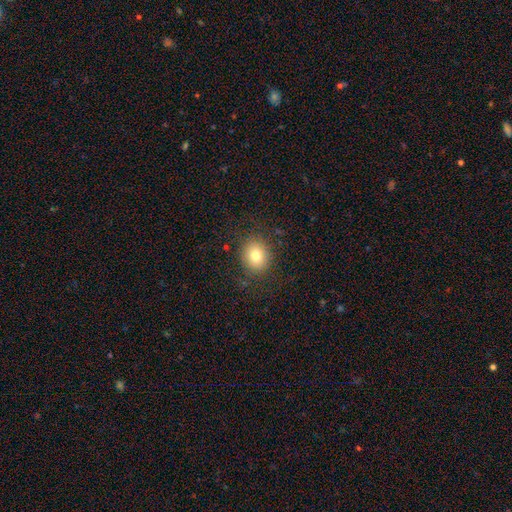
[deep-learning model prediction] A smooth galaxy with no disk features (77%) that is round (75%).

Vote fractions:
- Smooth or featured? smooth: 77% / star or artifact: 12% / featured or disk: 10%
- How rounded? round: 75% / in between: 24% / cigar-shaped: 1%
- Merging? none: 85% / minor disturbance: 10% / major disturbance: 4% / merger: 1%